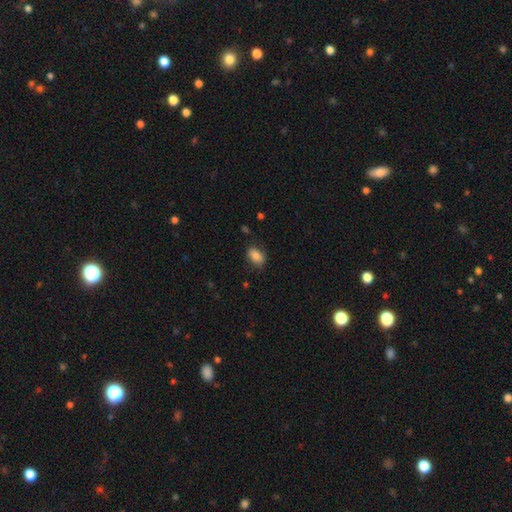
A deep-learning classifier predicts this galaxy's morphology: smooth_or_featured: smooth (p=0.84) [alt: star or artifact p=0.08]
how_rounded: in between (p=0.87) [alt: round p=0.11]
merging: none (p=0.79) [alt: minor disturbance p=0.16]